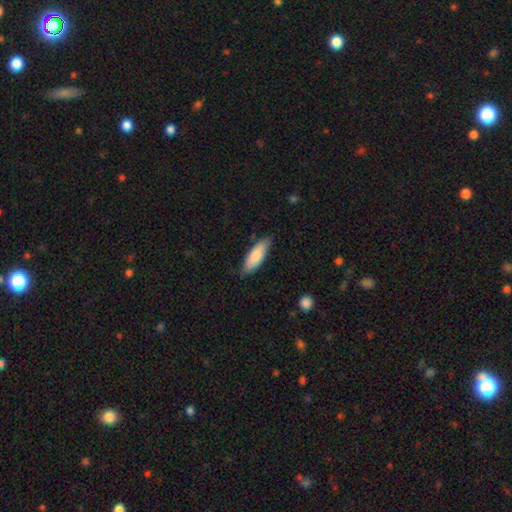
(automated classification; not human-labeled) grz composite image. It shows a smooth galaxy with no disk features (83%) that is in between round and cigar-shaped (59%). Merging: none (78%).